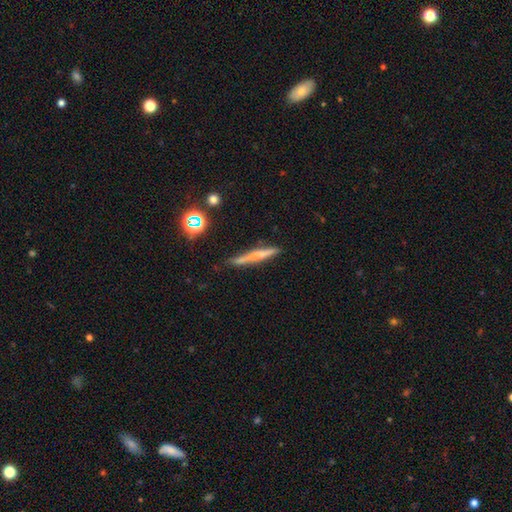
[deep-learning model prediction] smooth-or-featured: smooth: 54% | featured or disk: 35% | star or artifact: 11%
  how-rounded: cigar-shaped: 93% | in between: 4% | round: 2%
  merging: none: 77% | minor disturbance: 17% | major disturbance: 4% | merger: 3%